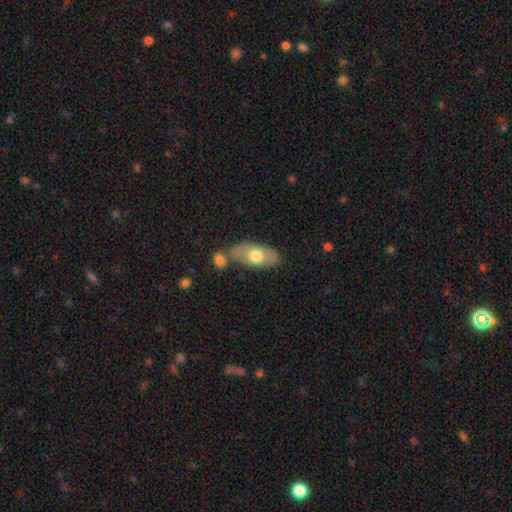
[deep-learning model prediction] Q: Smooth or featured?
A: smooth (63%); runner-up: featured or disk (31%)
Q: How rounded?
A: in between (89%); runner-up: cigar-shaped (6%)
Q: Merging?
A: none (68%); runner-up: minor disturbance (14%)